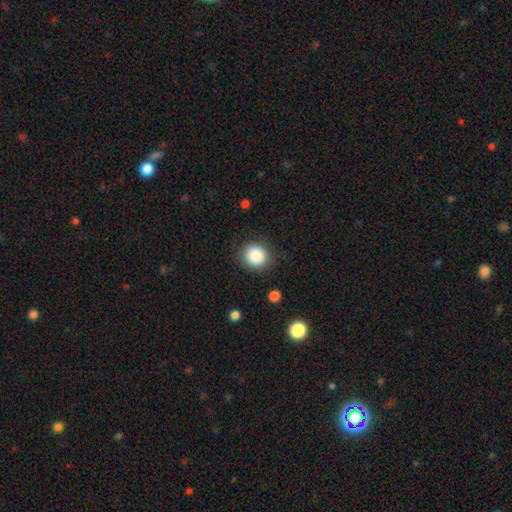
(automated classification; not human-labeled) Q: Smooth or featured?
A: smooth (86%); runner-up: star or artifact (9%)
Q: How rounded?
A: round (88%); runner-up: in between (11%)
Q: Merging?
A: none (88%); runner-up: minor disturbance (8%)